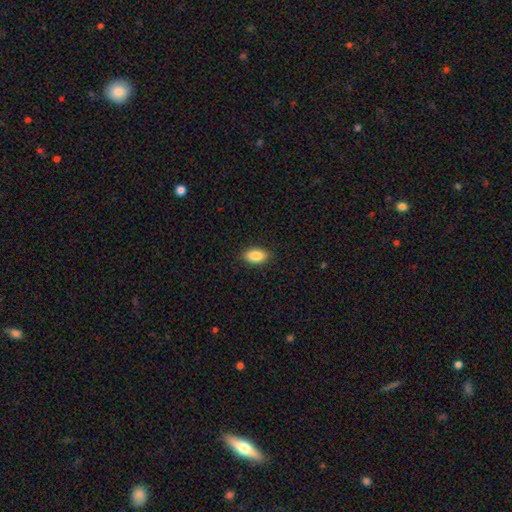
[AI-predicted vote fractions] Overall: smooth (88%). How rounded: in between (91%). Merging: none (88%).